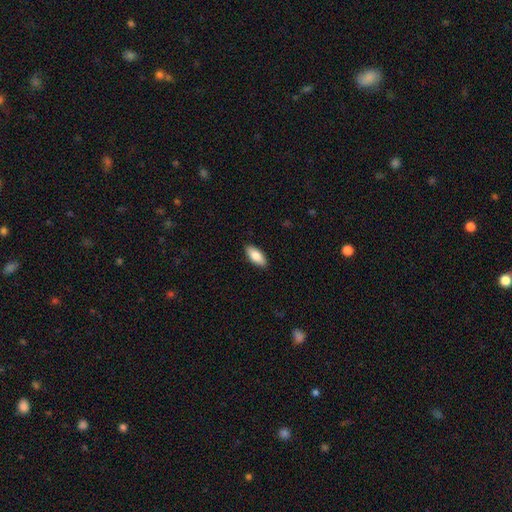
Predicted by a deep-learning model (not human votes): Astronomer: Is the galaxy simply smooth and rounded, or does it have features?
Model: smooth — 85%.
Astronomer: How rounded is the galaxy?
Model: in between — 85%.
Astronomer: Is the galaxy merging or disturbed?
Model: none — 89%.